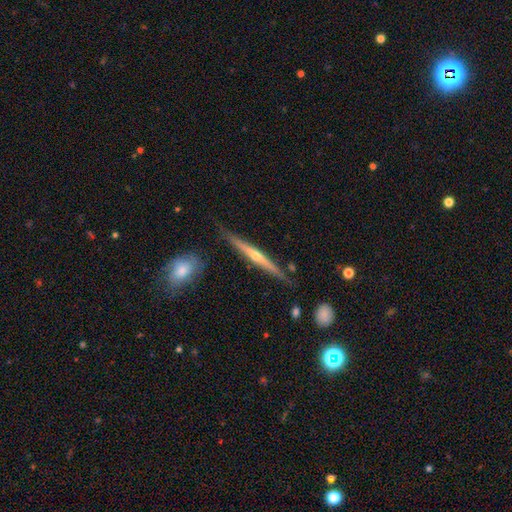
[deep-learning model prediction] A featured or disk galaxy (74%) viewed edge-on (97%) with a rounded central bulge (79%). Merging: none (85%).